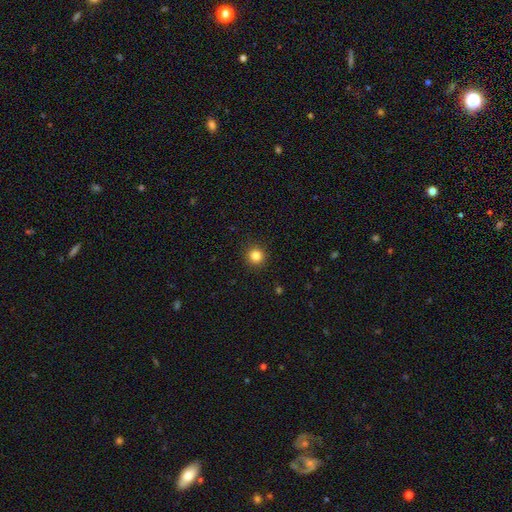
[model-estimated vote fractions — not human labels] smooth-or-featured: smooth: 84% | star or artifact: 12% | featured or disk: 4%
  how-rounded: round: 95% | in between: 5% | cigar-shaped: 1%
  merging: none: 92% | minor disturbance: 5% | major disturbance: 2% | merger: 1%